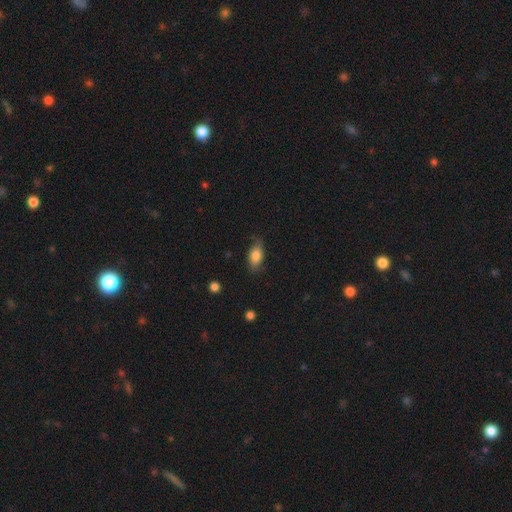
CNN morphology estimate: Q: Smooth or featured?
A: smooth (79%); runner-up: featured or disk (13%)
Q: How rounded?
A: in between (88%); runner-up: cigar-shaped (6%)
Q: Merging?
A: none (74%); runner-up: minor disturbance (21%)